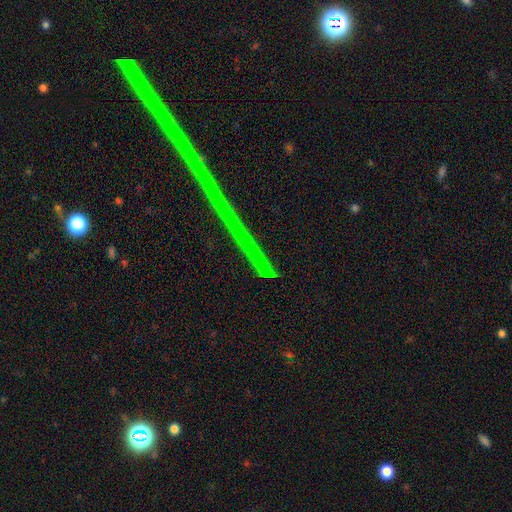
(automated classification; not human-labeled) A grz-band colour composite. It shows a star or artifact, not a galaxy (81%).